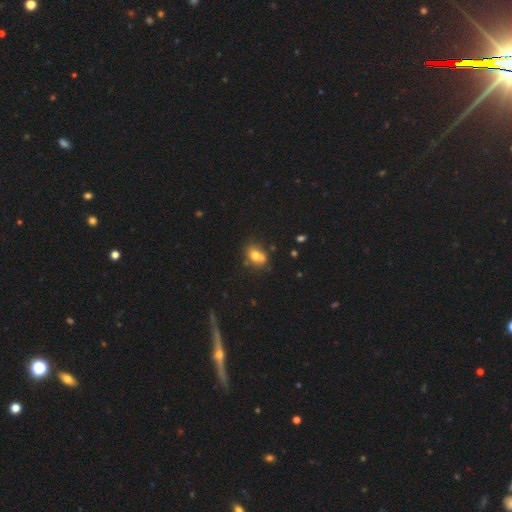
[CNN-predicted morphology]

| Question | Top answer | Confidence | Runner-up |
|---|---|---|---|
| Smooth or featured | smooth | 69% | featured or disk (19%) |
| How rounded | in between | 59% | round (39%) |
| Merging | none | 43% | merger (30%) |